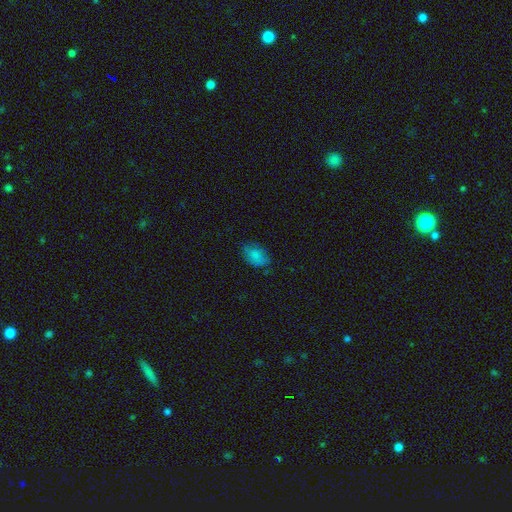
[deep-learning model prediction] Morphology: type=smooth (82%); roundness=in between (86%); merging=none (73%).